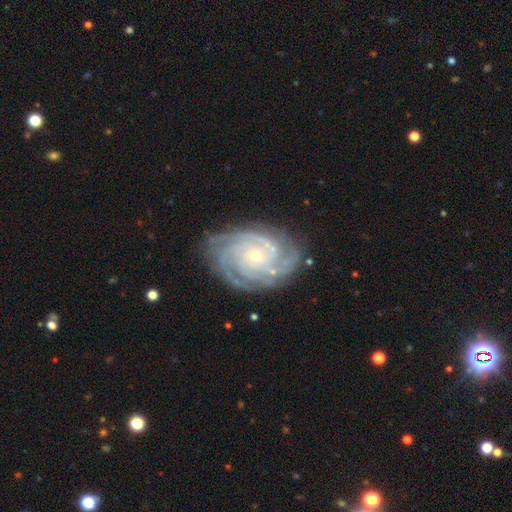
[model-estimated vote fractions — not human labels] Smooth or featured?
  - featured or disk: 89% *
  - star or artifact: 6%
  - smooth: 5%
Edge-on disk?
  - no: 97% *
  - yes: 3%
Bar?
  - no: 77% *
  - weak: 17%
  - strong: 5%
Spiral arms?
  - yes: 98% *
  - no: 2%
Spiral winding?
  - tight: 78% *
  - medium: 20%
  - loose: 3%
Spiral arm count?
  - 4: 33% *
  - 3: 21%
  - can't tell: 17%
  - more than 4: 12%
  - 2: 10%
  - 1: 6%
Bulge size?
  - small: 76% *
  - moderate: 21%
  - large: 1%
  - none: 1%
  - dominant: 1%
Merging?
  - none: 78% *
  - minor disturbance: 16%
  - major disturbance: 5%
  - merger: 1%